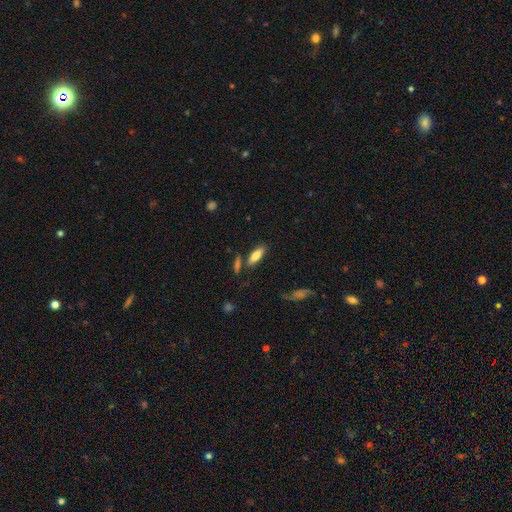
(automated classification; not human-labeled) Smooth or featured? smooth (72%)
How rounded? in between (58%)
Merging? none (76%)